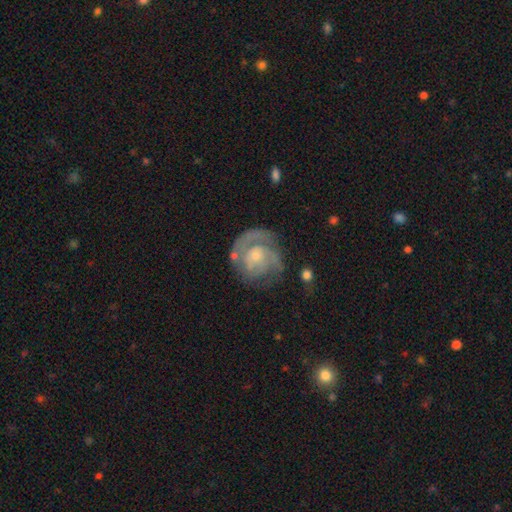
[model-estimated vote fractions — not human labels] smooth-or-featured: featured or disk: 80% | smooth: 14% | star or artifact: 6%
  disk-edge-on: no: 98% | yes: 2%
    bar: no: 69% | weak: 26% | strong: 5%
    has-spiral-arms: yes: 91% | no: 9%
      spiral-winding: tight: 59% | medium: 31% | loose: 10%
      spiral-arm-count: 2: 38% | can't tell: 24% | 1: 17% | 3: 14% | 4: 4% | more than 4: 3%
    bulge-size: small: 60% | moderate: 30% | none: 5% | large: 3% | dominant: 1%
  merging: none: 63% | minor disturbance: 19% | major disturbance: 14% | merger: 3%